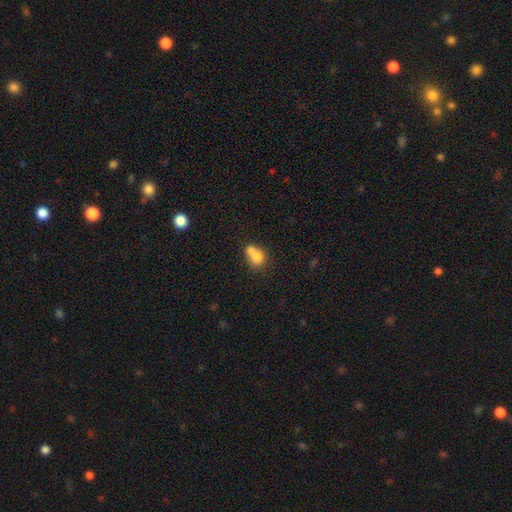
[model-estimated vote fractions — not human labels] A smooth galaxy with no disk features (73%) that is round (69%). Merging: merger (63%).